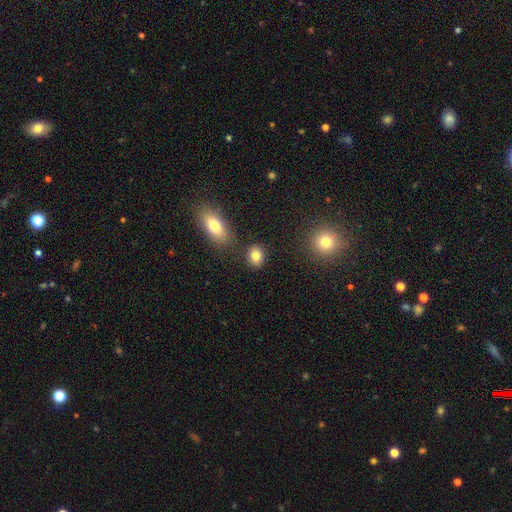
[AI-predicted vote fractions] Smooth or featured?
  - smooth: 83% *
  - star or artifact: 10%
  - featured or disk: 7%
How rounded?
  - round: 52% *
  - in between: 46%
  - cigar-shaped: 2%
Merging?
  - none: 83% *
  - minor disturbance: 9%
  - merger: 6%
  - major disturbance: 3%